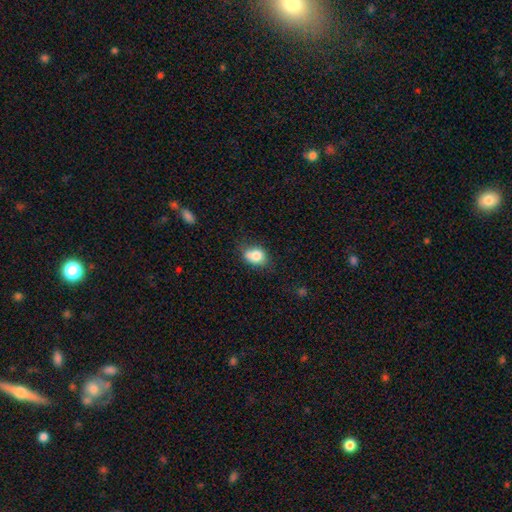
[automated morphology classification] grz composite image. It shows a smooth galaxy with no disk features (79%) that is in between round and cigar-shaped (55%). Merging: none (49%).